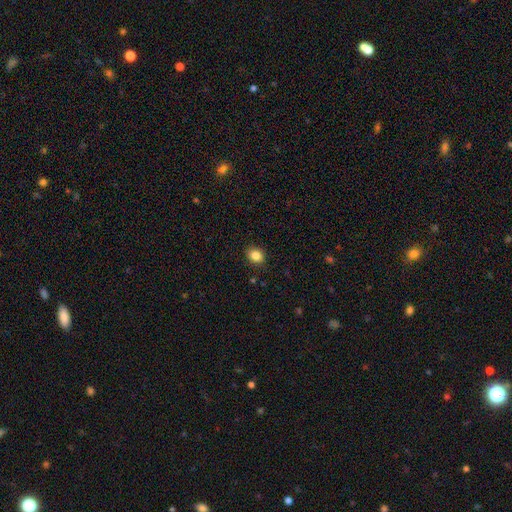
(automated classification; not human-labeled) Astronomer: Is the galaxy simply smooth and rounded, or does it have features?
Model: smooth — 86%.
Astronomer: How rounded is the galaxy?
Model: round — 54% (runner-up: in between, 45%).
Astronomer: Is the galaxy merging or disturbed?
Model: none — 89%.